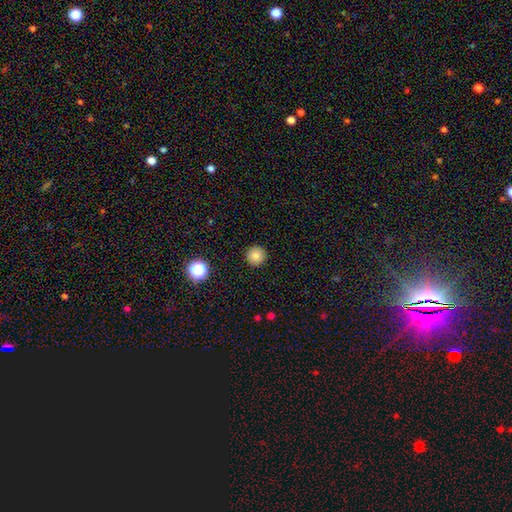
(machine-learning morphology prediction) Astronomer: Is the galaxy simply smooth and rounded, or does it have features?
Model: smooth — 84%.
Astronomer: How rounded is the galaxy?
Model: round — 96%.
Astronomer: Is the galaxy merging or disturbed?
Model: none — 93%.